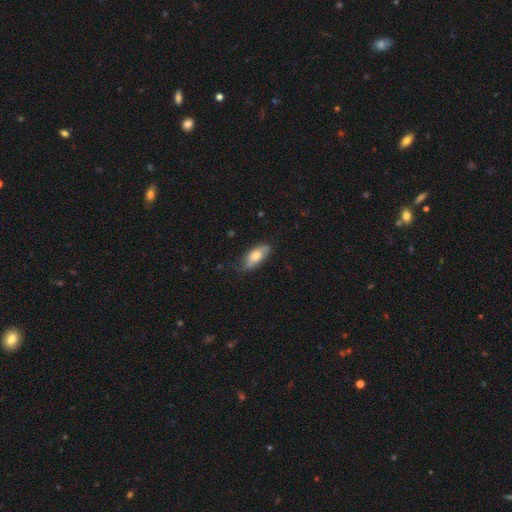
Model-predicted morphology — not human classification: smooth_or_featured: smooth (p=0.69) [alt: featured or disk p=0.25]
how_rounded: in between (p=0.82) [alt: cigar-shaped p=0.16]
merging: none (p=0.69) [alt: minor disturbance p=0.25]